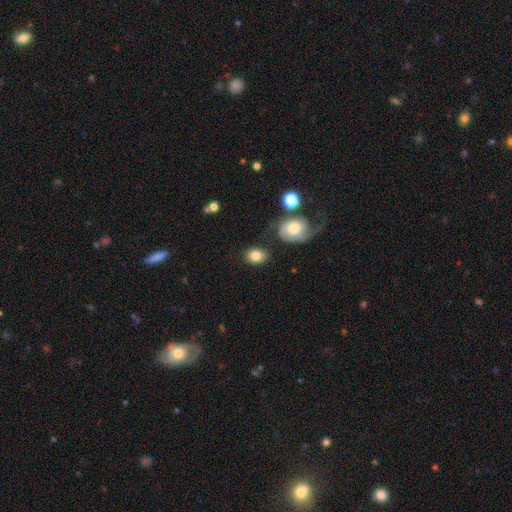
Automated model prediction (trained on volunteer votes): smooth-or-featured: smooth: 80% | featured or disk: 12% | star or artifact: 8%
  how-rounded: in between: 62% | round: 37% | cigar-shaped: 1%
  merging: none: 73% | minor disturbance: 15% | merger: 7% | major disturbance: 6%